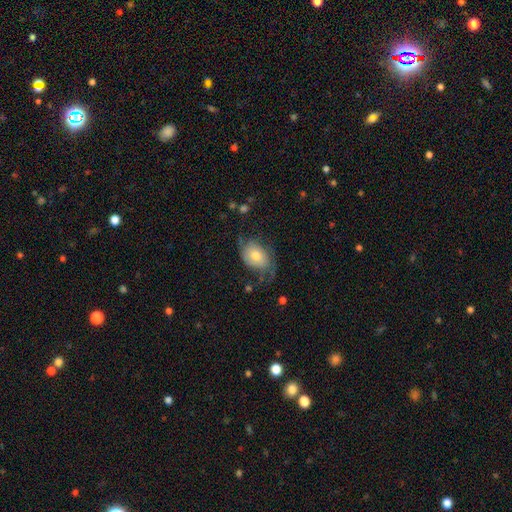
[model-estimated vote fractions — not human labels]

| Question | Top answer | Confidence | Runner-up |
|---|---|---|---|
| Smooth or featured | featured or disk | 52% | smooth (40%) |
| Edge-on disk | no | 95% | yes (5%) |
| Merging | none | 50% | minor disturbance (27%) |